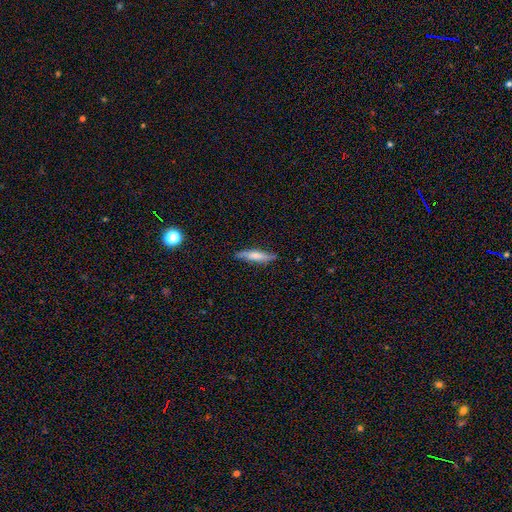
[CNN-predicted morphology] A smooth galaxy with no disk features (61%) that is cigar-shaped (81%).

Vote fractions:
- Smooth or featured? smooth: 61% / featured or disk: 33% / star or artifact: 6%
- How rounded? cigar-shaped: 81% / in between: 18% / round: 2%
- Merging? none: 82% / minor disturbance: 14% / major disturbance: 2% / merger: 1%